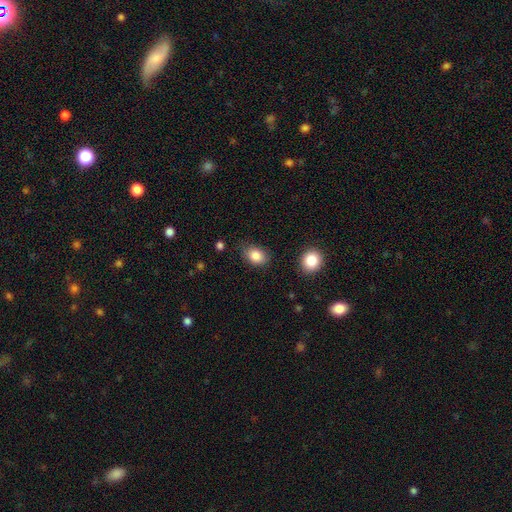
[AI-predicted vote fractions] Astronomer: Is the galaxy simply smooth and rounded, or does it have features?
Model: smooth — 85%.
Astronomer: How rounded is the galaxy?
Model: in between — 73%.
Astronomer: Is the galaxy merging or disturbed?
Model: none — 76%.